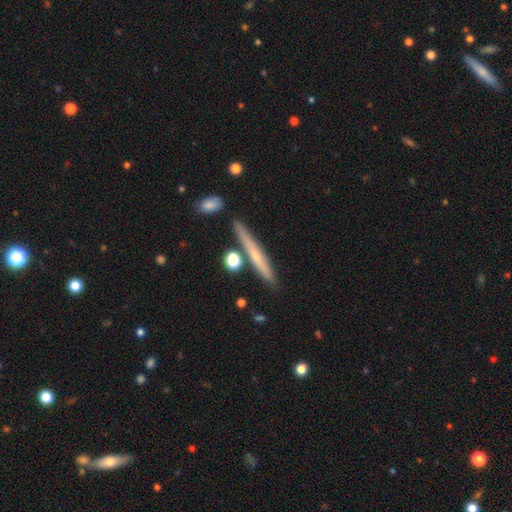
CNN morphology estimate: type=smooth (51%); roundness=cigar-shaped (93%); merging=none (81%).